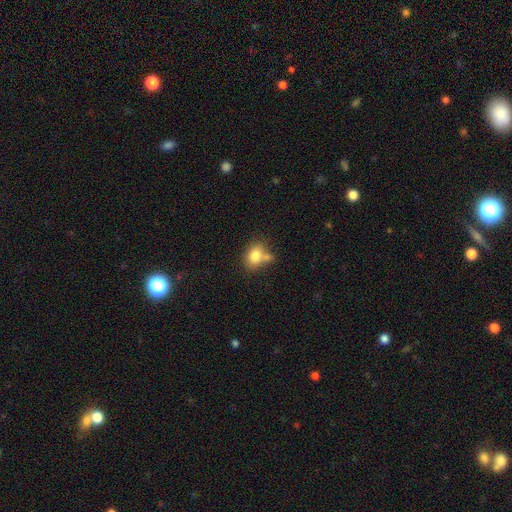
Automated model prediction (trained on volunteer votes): Smooth or featured? smooth (80%)
How rounded? in between (69%)
Merging? none (48%)